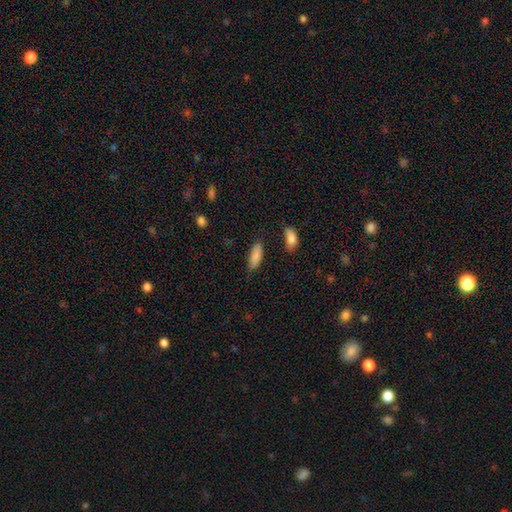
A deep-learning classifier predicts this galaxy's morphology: The model was most divided on "how rounded": in between: 68%, cigar-shaped: 31%, round: 2%. More confident: smooth or featured — smooth (87%); merging — none (73%).